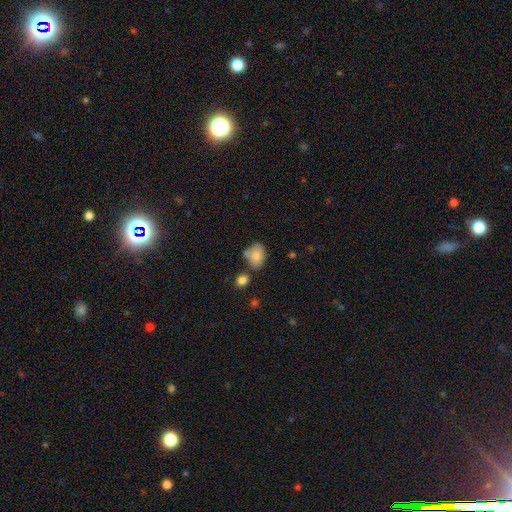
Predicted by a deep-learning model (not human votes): Smooth or featured? smooth (81%)
How rounded? in between (77%)
Merging? none (57%)